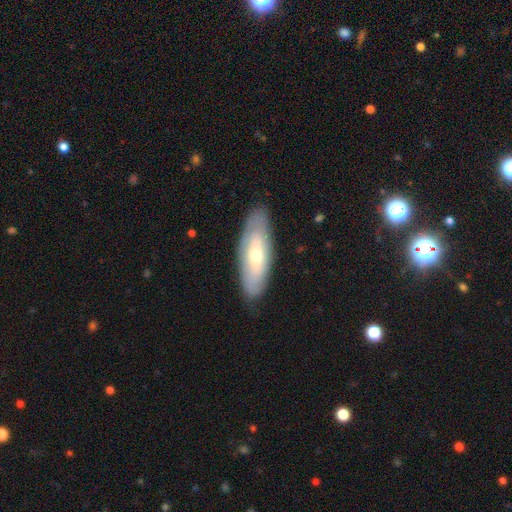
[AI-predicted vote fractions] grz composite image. It shows a smooth galaxy with no disk features (47%, tied with featured or disk). Merging: none (82%).